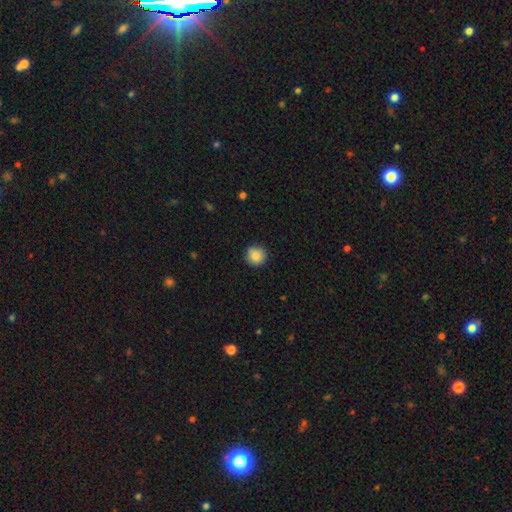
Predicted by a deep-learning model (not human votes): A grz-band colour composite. It shows a smooth galaxy with no disk features (87%) that is round (94%). Merging: none (90%).